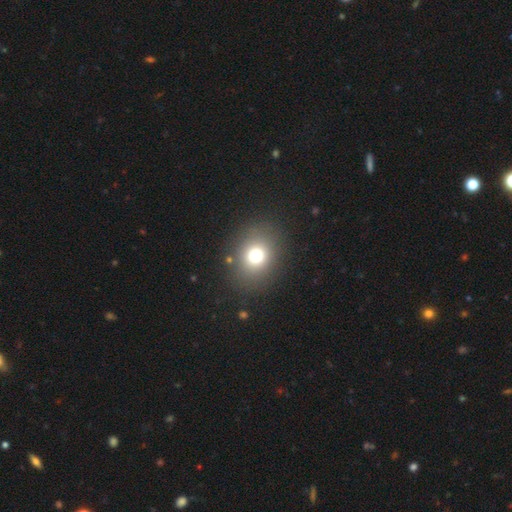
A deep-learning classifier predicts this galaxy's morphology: Smooth or featured: smooth — 74% (star or artifact — 15%)
How rounded: round — 60% (in between — 39%)
Merging: none — 86% (minor disturbance — 8%)